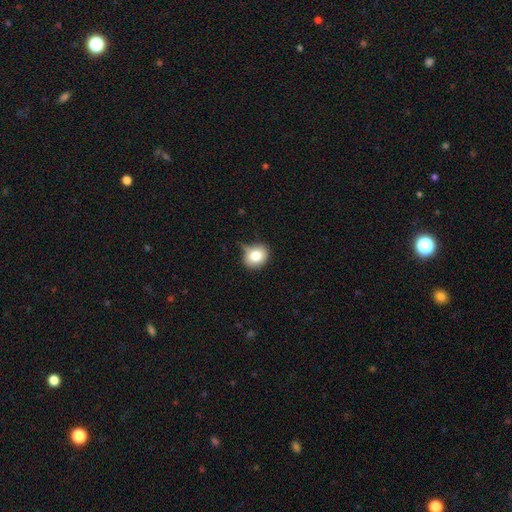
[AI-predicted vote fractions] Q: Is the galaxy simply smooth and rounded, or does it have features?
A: smooth — 80%.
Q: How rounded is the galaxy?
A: round — 68%.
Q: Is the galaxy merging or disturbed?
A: none — 55%.